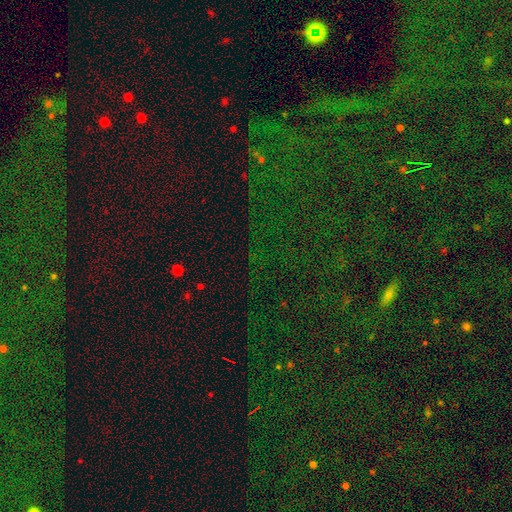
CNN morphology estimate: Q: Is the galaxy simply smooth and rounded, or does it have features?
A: star or artifact — 80%.